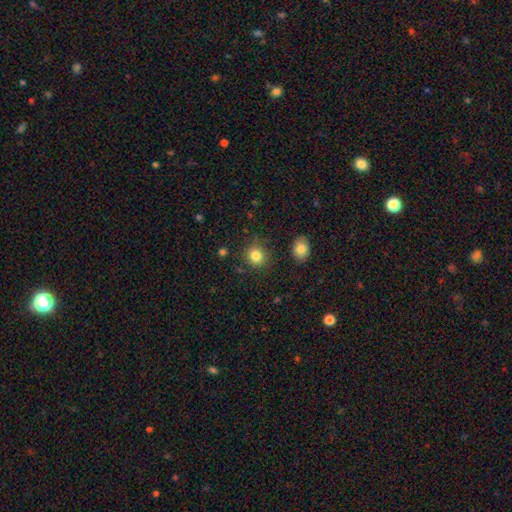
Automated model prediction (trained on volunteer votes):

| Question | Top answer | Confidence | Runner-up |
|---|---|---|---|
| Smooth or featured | smooth | 83% | star or artifact (11%) |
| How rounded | round | 84% | in between (15%) |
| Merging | none | 85% | minor disturbance (10%) |